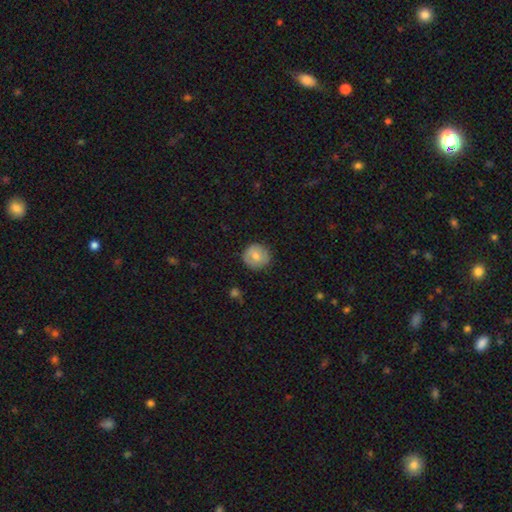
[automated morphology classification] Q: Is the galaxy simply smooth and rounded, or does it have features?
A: smooth — 71%.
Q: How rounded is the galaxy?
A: round — 93%.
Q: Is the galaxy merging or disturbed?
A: none — 84%.